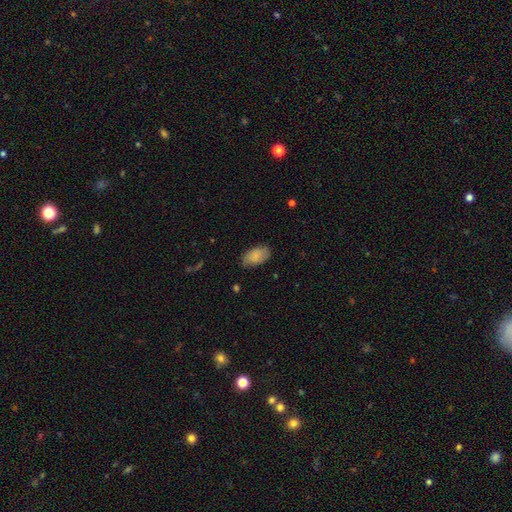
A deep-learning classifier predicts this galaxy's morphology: This is clearly a smooth galaxy (85%). How rounded: clearly in between (94%). Merging: likely none (80%).